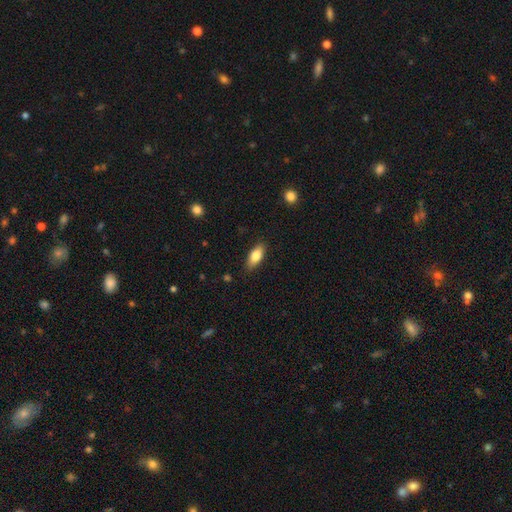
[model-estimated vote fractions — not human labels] smooth_or_featured: smooth (p=0.77) [alt: featured or disk p=0.16]
how_rounded: in between (p=0.79) [alt: cigar-shaped p=0.18]
merging: none (p=0.85) [alt: minor disturbance p=0.12]